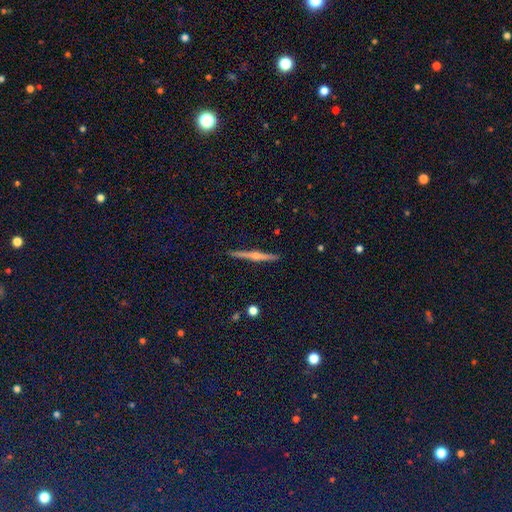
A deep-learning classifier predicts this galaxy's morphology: smooth-or-featured: featured or disk: 76% | smooth: 16% | star or artifact: 8%
  disk-edge-on: yes: 98% | no: 2%
    edge-on-bulge: rounded: 90% | none: 6% | boxy: 4%
  merging: none: 92% | minor disturbance: 6% | major disturbance: 1% | merger: 1%